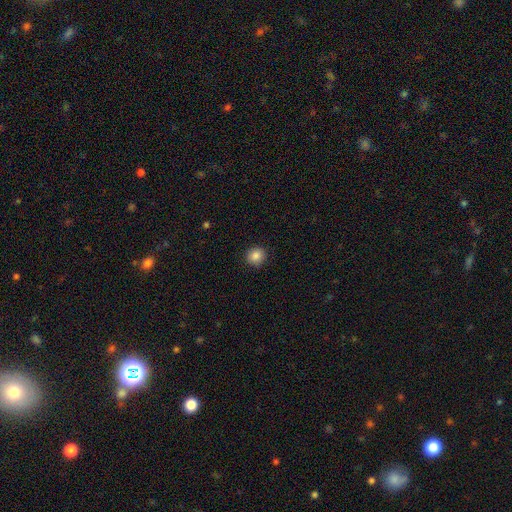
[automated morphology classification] Smooth or featured? Predicted: smooth (p=0.86). How rounded? Predicted: round (p=0.90). Merging? Predicted: none (p=0.91).